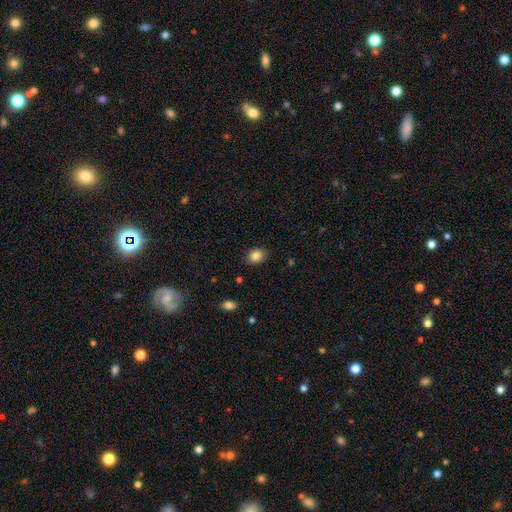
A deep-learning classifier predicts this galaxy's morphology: smooth 85%, star or artifact 9%, featured or disk 6%. Down the decision tree: how rounded — in between (54%); merging — none (82%).